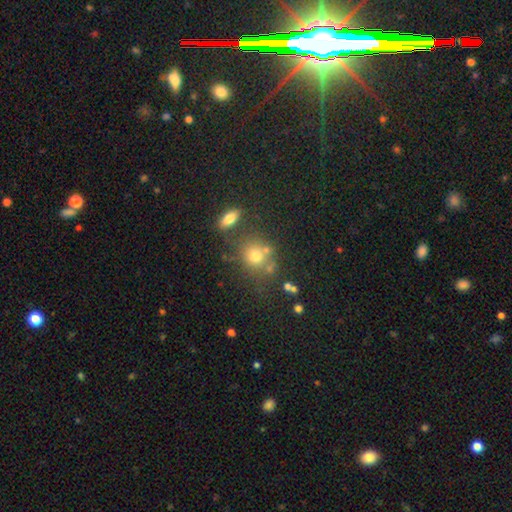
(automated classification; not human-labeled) Q: Smooth or featured?
A: smooth (71%); runner-up: star or artifact (16%)
Q: How rounded?
A: round (77%); runner-up: in between (21%)
Q: Merging?
A: none (62%); runner-up: merger (19%)